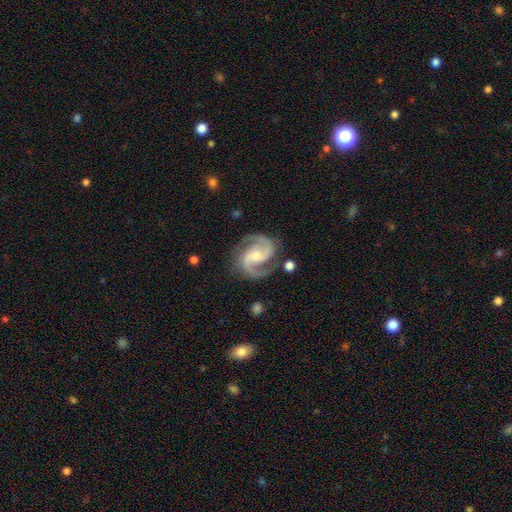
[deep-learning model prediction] Overall: featured or disk (93%). Edge-on disk: no (98%). Bar: weak (41%; no 38%). Spiral arms: yes (99%). Spiral arm count: 2 (91%). Spiral winding: medium (63%; tight 25%). Bulge size: small (52%; moderate 40%). Merging: none (80%).